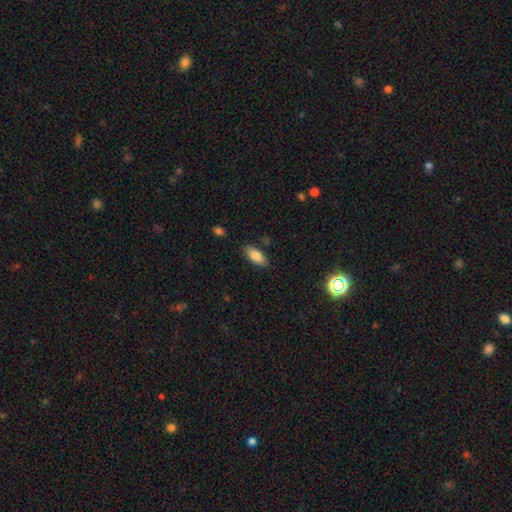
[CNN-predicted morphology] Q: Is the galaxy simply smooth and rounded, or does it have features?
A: smooth — 82%.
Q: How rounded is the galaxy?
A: in between — 88%.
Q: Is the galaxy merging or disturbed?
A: none — 84%.